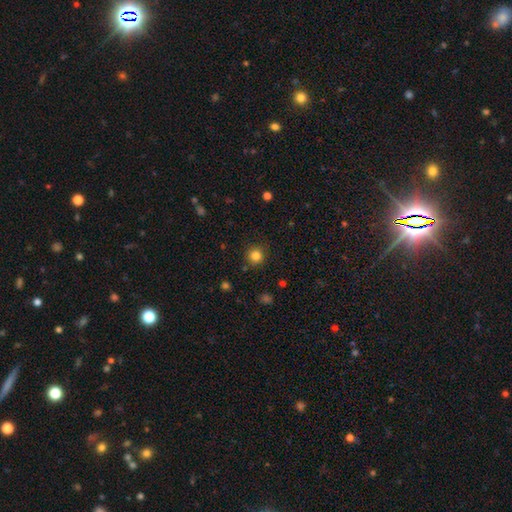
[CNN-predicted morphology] Q: Smooth or featured?
A: smooth (83%); runner-up: star or artifact (12%)
Q: How rounded?
A: round (94%); runner-up: in between (5%)
Q: Merging?
A: none (88%); runner-up: minor disturbance (7%)